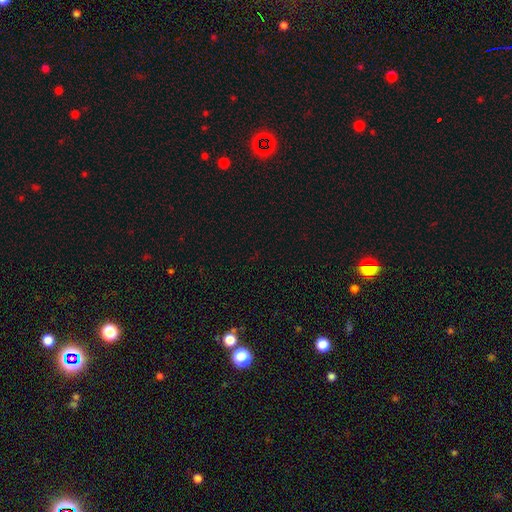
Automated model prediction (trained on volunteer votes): Smooth or featured? Predicted: star or artifact (p=0.73).